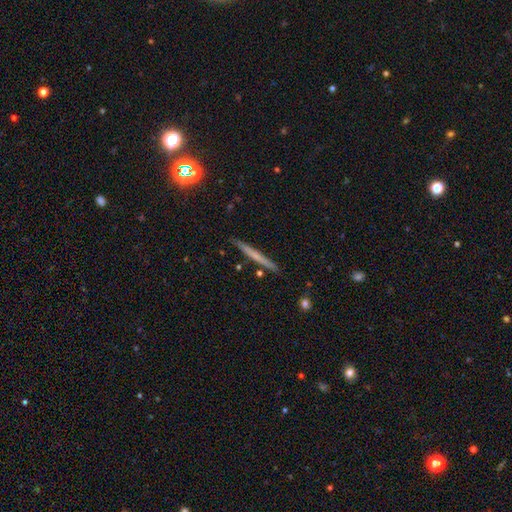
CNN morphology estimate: Smooth or featured? Predicted: featured or disk (p=0.47, tied with smooth). Merging? Predicted: none (p=0.89).